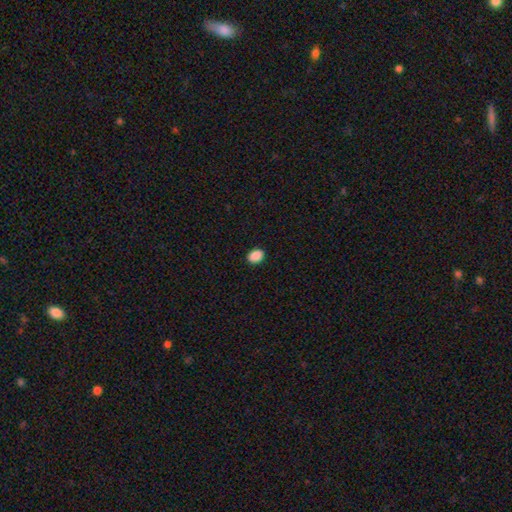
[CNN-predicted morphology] Q: Smooth or featured?
A: smooth (90%); runner-up: star or artifact (8%)
Q: How rounded?
A: in between (69%); runner-up: round (30%)
Q: Merging?
A: none (91%); runner-up: minor disturbance (7%)